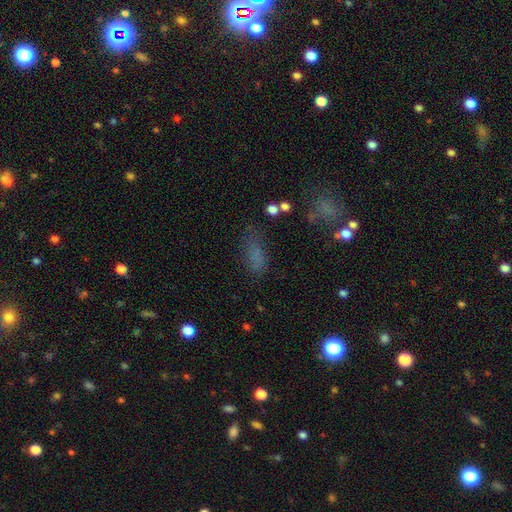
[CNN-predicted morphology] This appears to be a smooth galaxy with no disk features (70%) that is in between round and cigar-shaped (71%). Merging: none (60%).